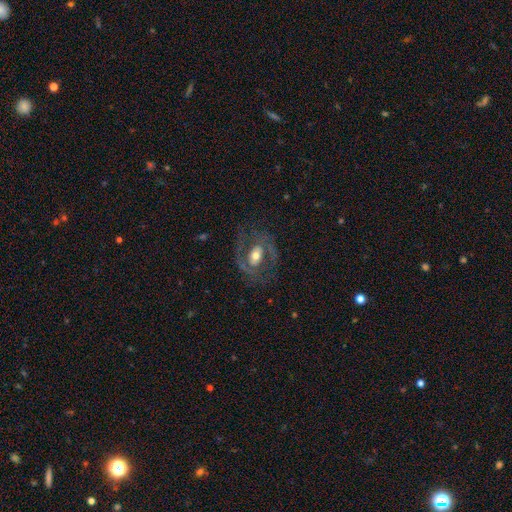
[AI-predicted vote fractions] Smooth or featured? Predicted: featured or disk (p=0.67). Edge-on disk? Predicted: no (p=0.94). Bar? Predicted: no (p=0.53). Spiral arms? Predicted: yes (p=0.59). Bulge size? Predicted: moderate (p=0.66). Merging? Predicted: none (p=0.66).